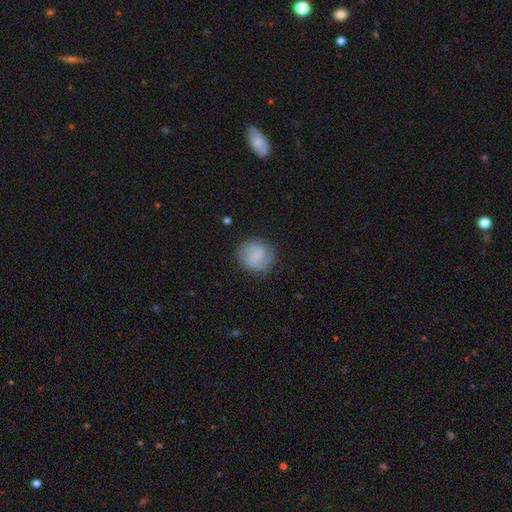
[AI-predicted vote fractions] This appears to be a featured or disk galaxy (52%) with a weak bar (49%), spiral arms (89%) and no central bulge (45%). Merging: none (82%).